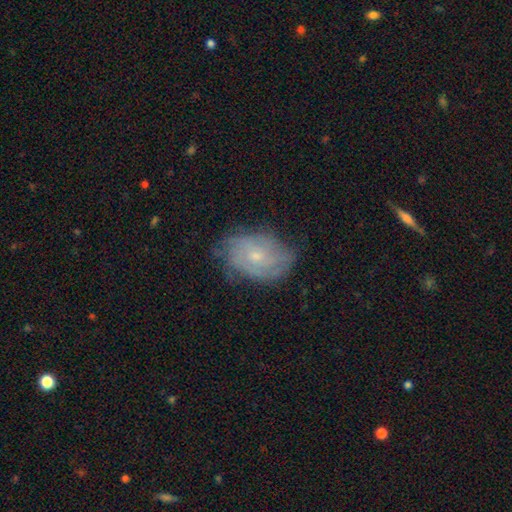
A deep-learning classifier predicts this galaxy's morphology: Q: Smooth or featured?
A: featured or disk (67%); runner-up: smooth (25%)
Q: Edge-on disk?
A: no (96%); runner-up: yes (4%)
Q: Bar?
A: no (76%); runner-up: weak (22%)
Q: Spiral arms?
A: yes (86%); runner-up: no (14%)
Q: Spiral winding?
A: tight (62%); runner-up: medium (29%)
Q: Spiral arm count?
A: can't tell (49%); runner-up: 2 (20%)
Q: Bulge size?
A: small (62%); runner-up: moderate (34%)
Q: Merging?
A: none (68%); runner-up: minor disturbance (23%)